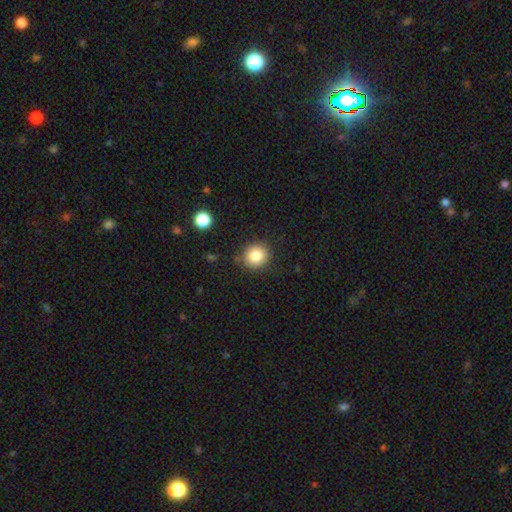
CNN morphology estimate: Smooth or featured?
  - smooth: 82% *
  - star or artifact: 11%
  - featured or disk: 7%
How rounded?
  - round: 86% *
  - in between: 14%
  - cigar-shaped: 1%
Merging?
  - none: 84% *
  - minor disturbance: 11%
  - major disturbance: 3%
  - merger: 2%